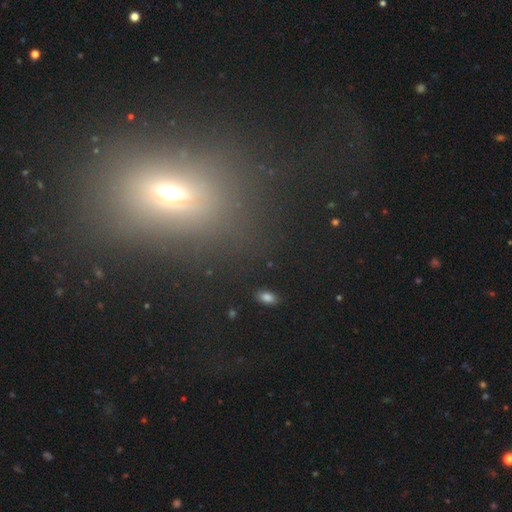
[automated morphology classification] The model was most divided on "smooth or featured": smooth: 42%, star or artifact: 38%, featured or disk: 20%. More confident: merging — none (68%).